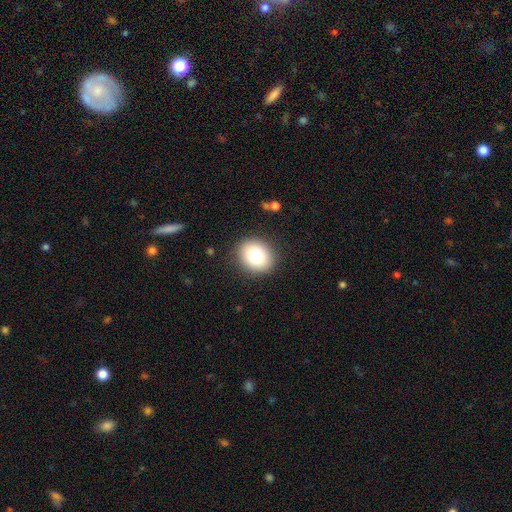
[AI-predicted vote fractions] Overall: smooth (80%). How rounded: round (67%; in between 32%). Merging: none (89%).